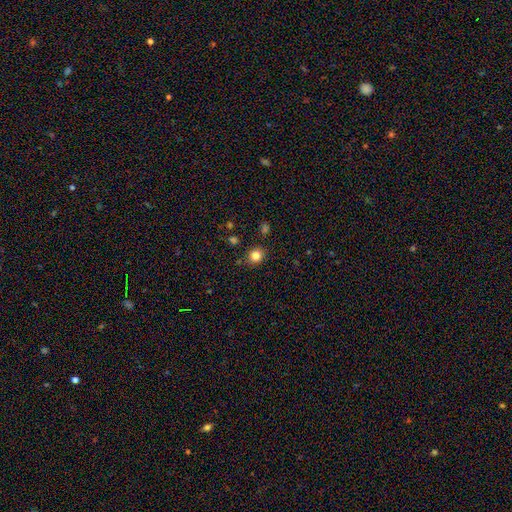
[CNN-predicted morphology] smooth-or-featured: smooth: 83% | star or artifact: 12% | featured or disk: 5%
  how-rounded: round: 82% | in between: 17% | cigar-shaped: 1%
  merging: none: 87% | minor disturbance: 8% | merger: 3% | major disturbance: 2%